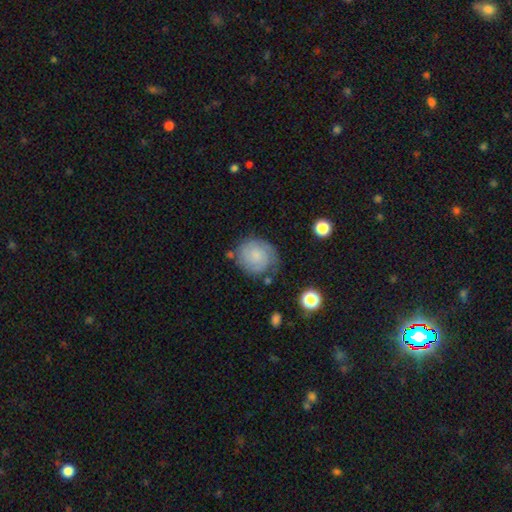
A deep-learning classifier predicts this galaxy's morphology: Smooth or featured?
  - featured or disk: 50% *
  - smooth: 42%
  - star or artifact: 8%
Merging?
  - none: 67% *
  - minor disturbance: 21%
  - major disturbance: 8%
  - merger: 4%